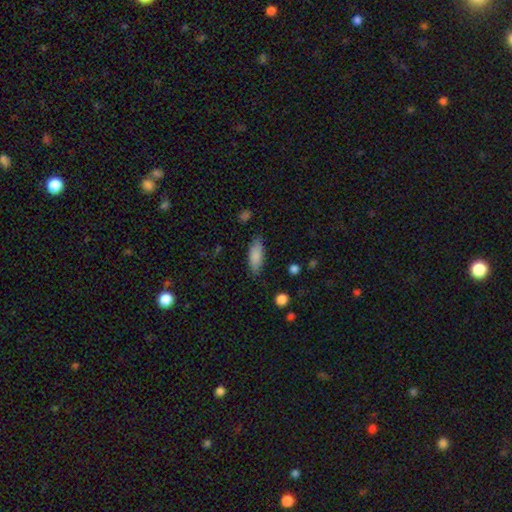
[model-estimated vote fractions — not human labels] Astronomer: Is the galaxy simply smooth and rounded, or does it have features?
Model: smooth — 85%.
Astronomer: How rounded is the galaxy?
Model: in between — 73%.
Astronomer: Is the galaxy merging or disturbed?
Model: none — 79%.